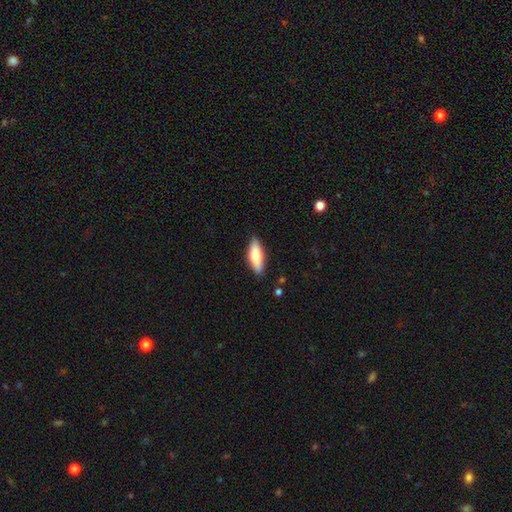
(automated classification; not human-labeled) Smooth or featured: smooth — 73% (featured or disk — 21%)
How rounded: in between — 54% (cigar-shaped — 44%)
Merging: none — 86% (minor disturbance — 11%)